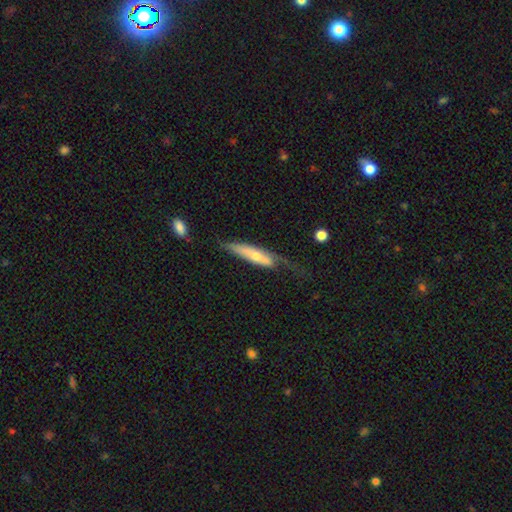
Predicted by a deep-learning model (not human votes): A smooth galaxy with no disk features (48%).

Vote fractions:
- Smooth or featured? smooth: 48% / featured or disk: 47% / star or artifact: 5%
- Merging? none: 38% / minor disturbance: 30% / major disturbance: 29% / merger: 4%